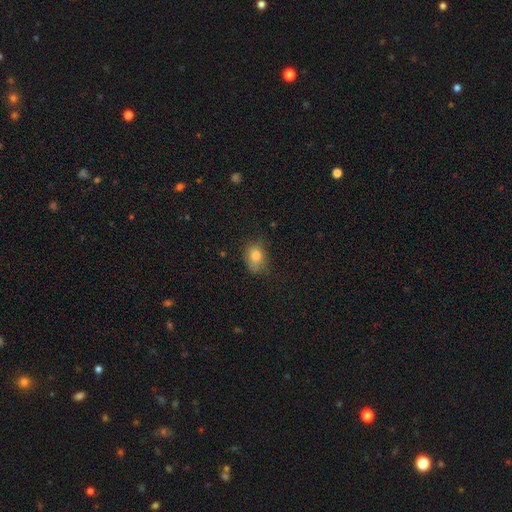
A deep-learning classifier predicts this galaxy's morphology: type=smooth (78%); roundness=in between (57%); merging=none (64%).